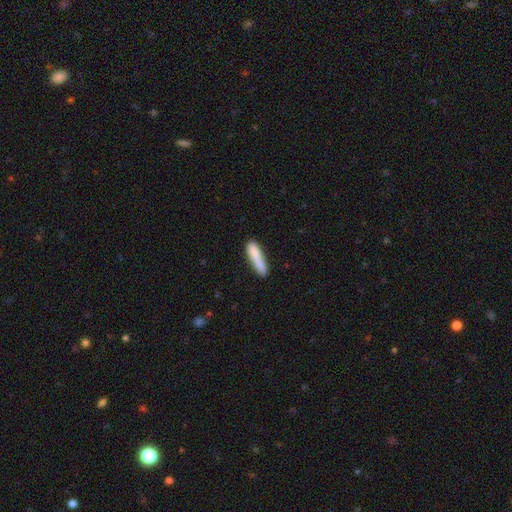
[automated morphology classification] This is clearly a smooth galaxy (83%). How rounded: clearly cigar-shaped (86%). Merging: likely none (74%).